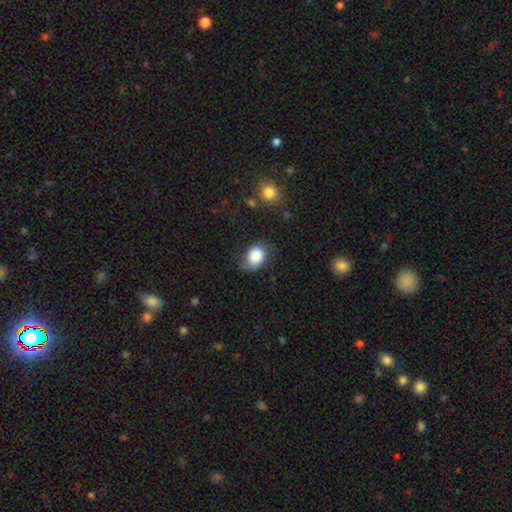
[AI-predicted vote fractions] This is likely a smooth galaxy (76%). How rounded: possibly in between (59%). Merging: possibly none (52%).